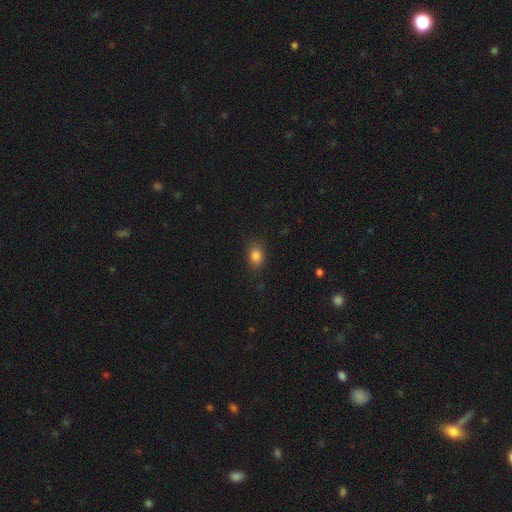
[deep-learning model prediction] Smooth or featured? smooth (84%)
How rounded? in between (69%)
Merging? none (82%)